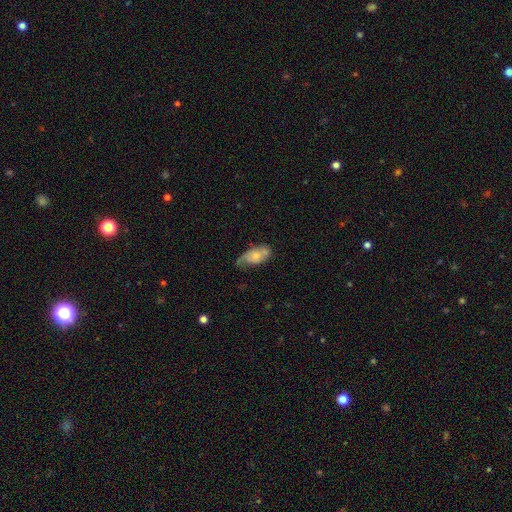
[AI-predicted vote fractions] Smooth or featured? Predicted: featured or disk (p=0.49). Merging? Predicted: none (p=0.41).